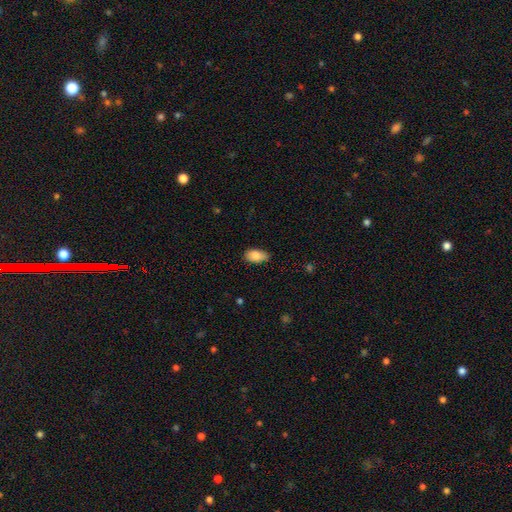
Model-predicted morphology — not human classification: smooth-or-featured: smooth: 86% | featured or disk: 7% | star or artifact: 7%
  how-rounded: in between: 93% | round: 4% | cigar-shaped: 3%
  merging: none: 77% | minor disturbance: 19% | major disturbance: 3% | merger: 1%